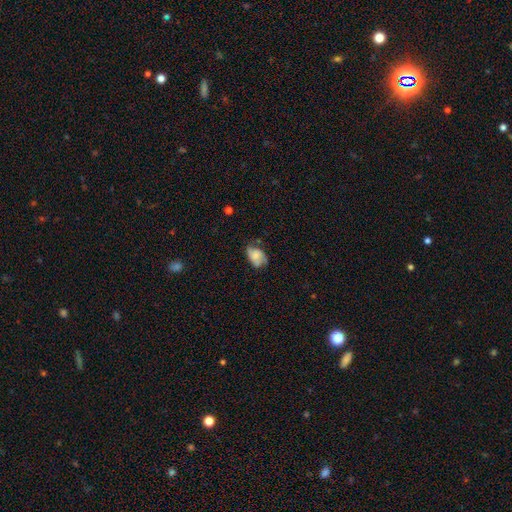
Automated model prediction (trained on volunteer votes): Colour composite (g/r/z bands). It shows a smooth galaxy with no disk features (55%) that is in between round and cigar-shaped (81%). Merging: none (47%).